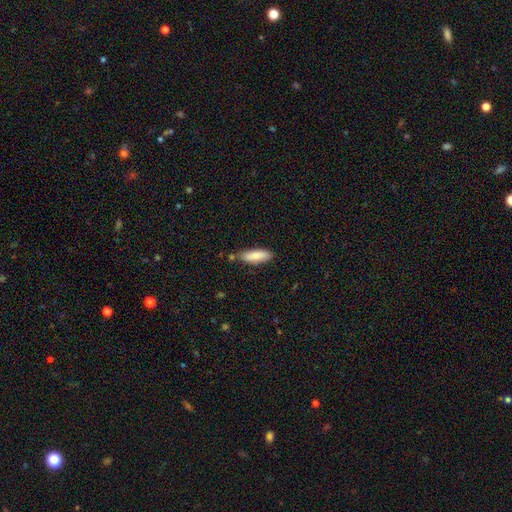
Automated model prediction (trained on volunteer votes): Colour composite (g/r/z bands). It shows a smooth galaxy with no disk features (81%) that is in between round and cigar-shaped (50%). Merging: none (77%).